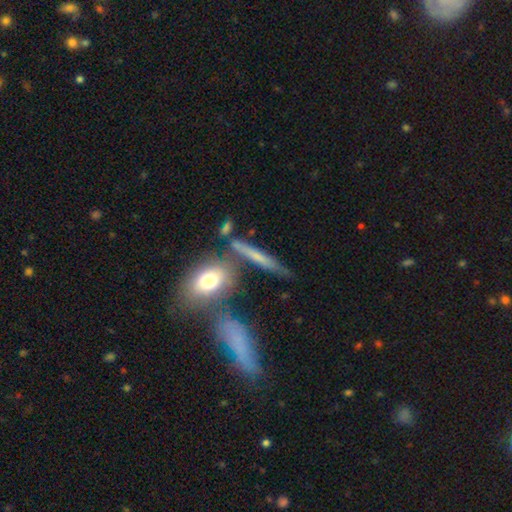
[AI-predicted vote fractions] The model was most divided on "smooth or featured": smooth: 54%, featured or disk: 37%, star or artifact: 9%. More confident: how rounded — cigar-shaped (73%); merging — none (65%).